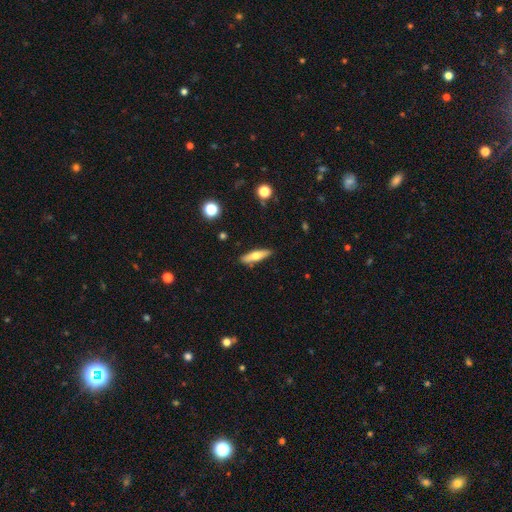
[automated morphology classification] Q: Smooth or featured?
A: smooth (58%); runner-up: featured or disk (35%)
Q: How rounded?
A: cigar-shaped (66%); runner-up: in between (31%)
Q: Merging?
A: none (85%); runner-up: minor disturbance (10%)